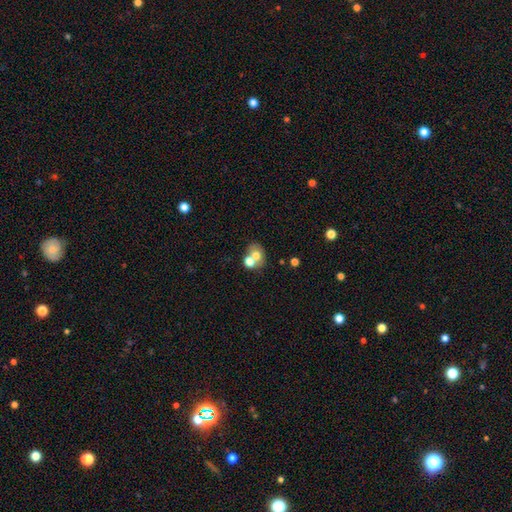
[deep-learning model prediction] Smooth or featured: smooth — 67% (featured or disk — 22%)
How rounded: round — 58% (in between — 41%)
Merging: merger — 50% (none — 38%)